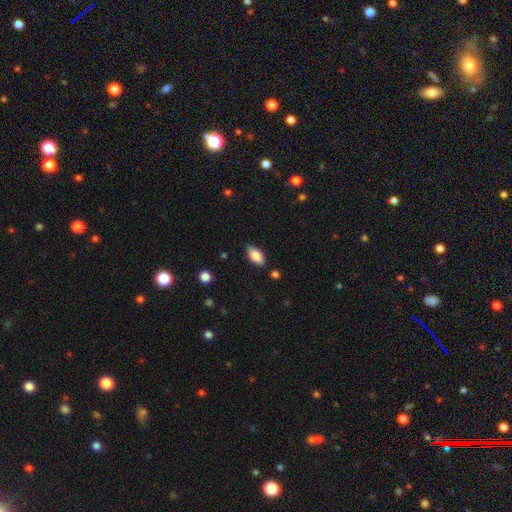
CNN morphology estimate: smooth-or-featured: smooth: 83% | featured or disk: 10% | star or artifact: 7%
  how-rounded: in between: 90% | cigar-shaped: 7% | round: 3%
  merging: none: 83% | minor disturbance: 12% | major disturbance: 2% | merger: 2%